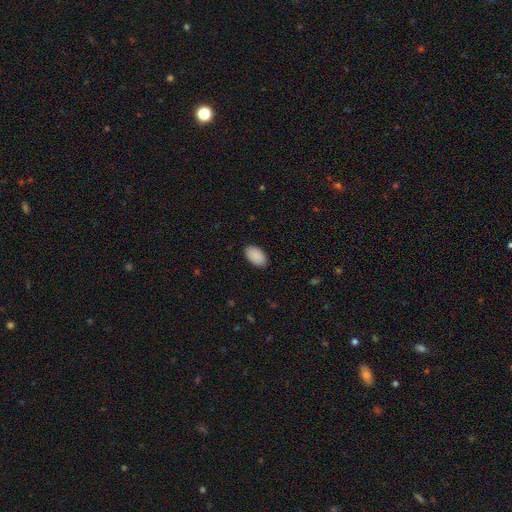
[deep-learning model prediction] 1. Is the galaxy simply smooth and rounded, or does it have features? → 91% smooth, 6% star or artifact, 3% featured or disk.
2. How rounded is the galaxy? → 95% in between, 4% round, 1% cigar-shaped.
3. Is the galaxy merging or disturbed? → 88% none, 9% minor disturbance, 2% major disturbance, 1% merger.